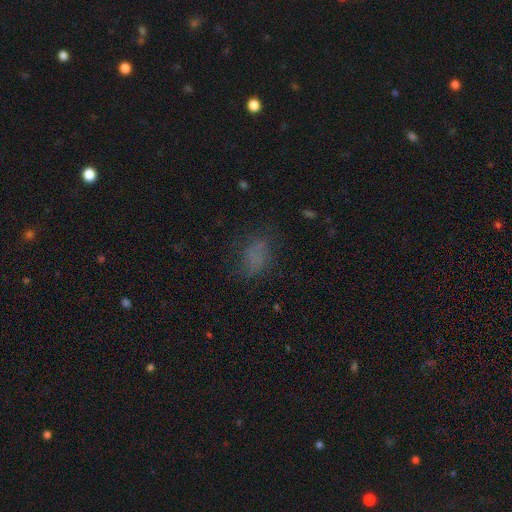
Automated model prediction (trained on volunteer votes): smooth-or-featured: smooth: 60% | star or artifact: 20% | featured or disk: 20%
  how-rounded: in between: 80% | round: 18% | cigar-shaped: 3%
  merging: none: 58% | minor disturbance: 22% | major disturbance: 19% | merger: 2%